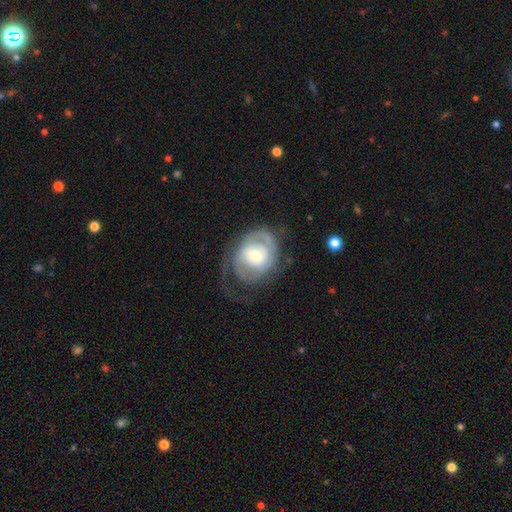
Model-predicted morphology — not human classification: Q: Smooth or featured?
A: featured or disk (77%); runner-up: smooth (18%)
Q: Edge-on disk?
A: no (97%); runner-up: yes (3%)
Q: Bar?
A: no (55%); runner-up: weak (35%)
Q: Spiral arms?
A: yes (85%); runner-up: no (15%)
Q: Spiral winding?
A: tight (52%); runner-up: medium (32%)
Q: Spiral arm count?
A: 2 (45%); runner-up: can't tell (26%)
Q: Bulge size?
A: moderate (54%); runner-up: small (36%)
Q: Merging?
A: none (49%); runner-up: major disturbance (30%)